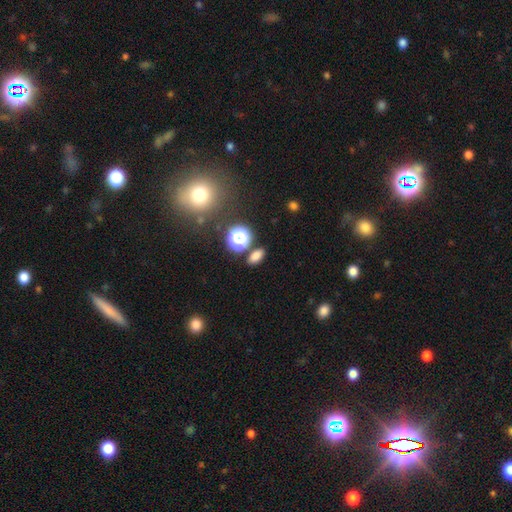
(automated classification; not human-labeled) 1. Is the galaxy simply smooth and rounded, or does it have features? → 75% smooth, 18% star or artifact, 7% featured or disk.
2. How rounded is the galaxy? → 79% in between, 17% round, 4% cigar-shaped.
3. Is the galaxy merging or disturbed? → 79% none, 10% minor disturbance, 7% merger, 3% major disturbance.